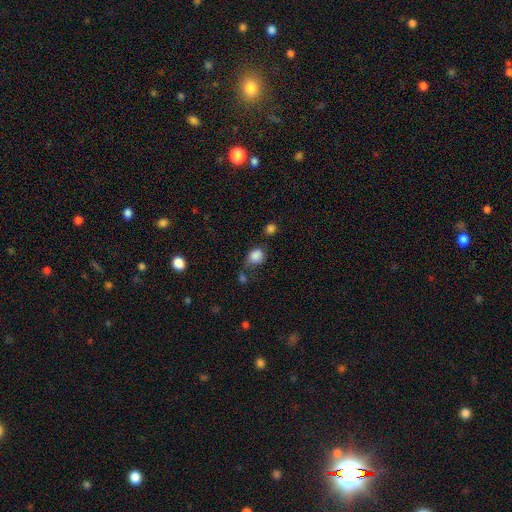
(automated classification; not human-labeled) This appears to be a smooth galaxy with no disk features (84%) that is round (64%). Merging: none (48%).